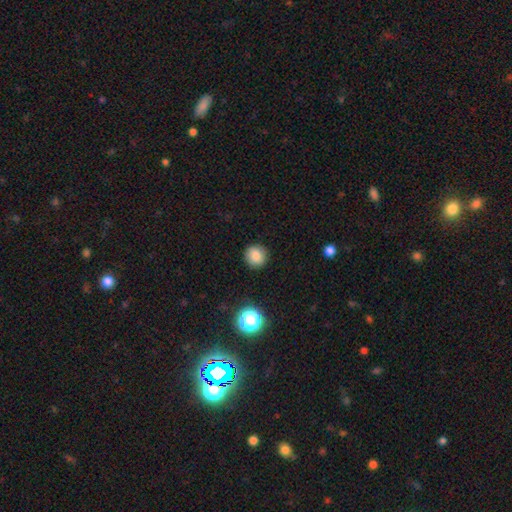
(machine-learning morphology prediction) Smooth or featured? smooth (83%)
How rounded? round (93%)
Merging? none (90%)